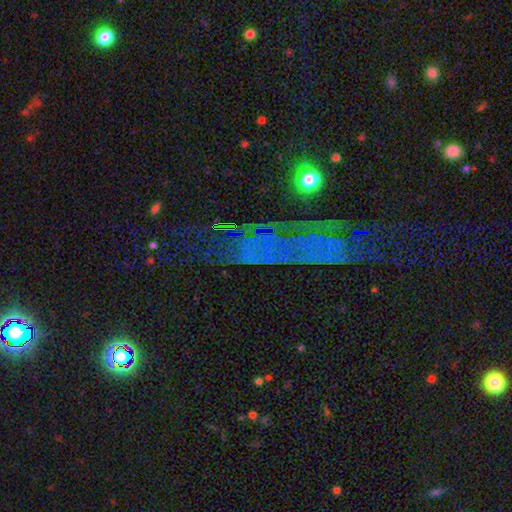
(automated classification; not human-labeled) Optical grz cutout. It shows a star or artifact, not a galaxy (69%).